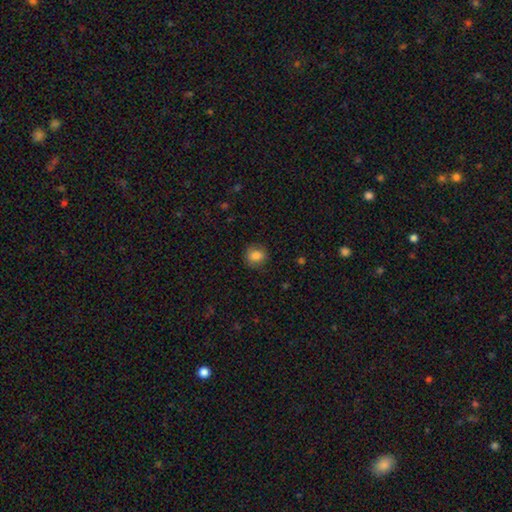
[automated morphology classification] Overall: smooth (84%). How rounded: round (73%). Merging: none (82%).